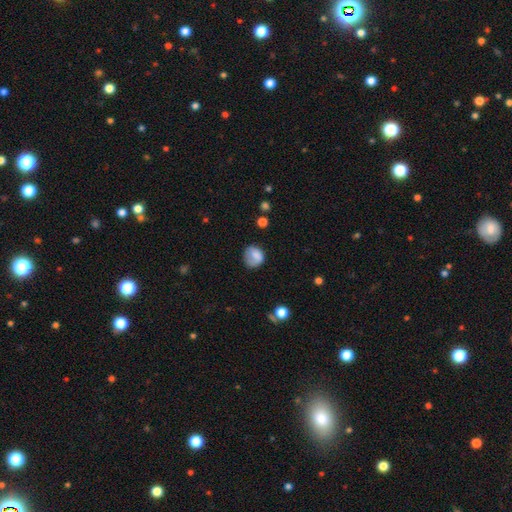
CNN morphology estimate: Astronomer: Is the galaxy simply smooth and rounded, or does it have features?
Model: smooth — 79%.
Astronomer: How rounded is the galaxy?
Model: round — 67%.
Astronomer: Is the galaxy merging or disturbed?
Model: none — 56%.